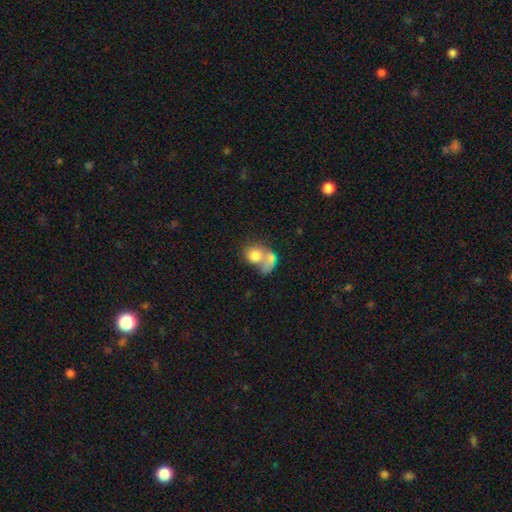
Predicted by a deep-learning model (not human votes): Smooth or featured?
  - smooth: 74% *
  - featured or disk: 18%
  - star or artifact: 8%
How rounded?
  - round: 57% *
  - in between: 41%
  - cigar-shaped: 1%
Merging?
  - merger: 63% *
  - none: 18%
  - major disturbance: 10%
  - minor disturbance: 8%